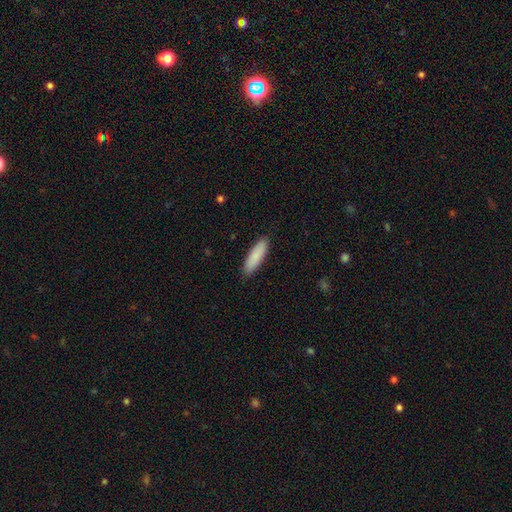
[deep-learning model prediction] This appears to be a smooth galaxy with no disk features (88%) that is cigar-shaped (63%). Merging: none (89%).